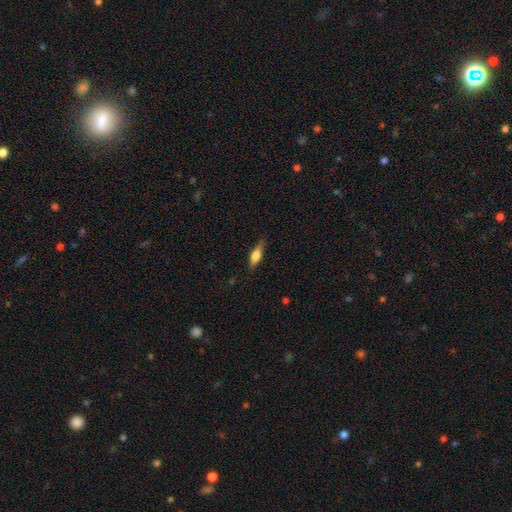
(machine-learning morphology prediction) smooth-or-featured: smooth: 61% | featured or disk: 32% | star or artifact: 7%
  how-rounded: in between: 52% | cigar-shaped: 44% | round: 4%
  merging: none: 76% | minor disturbance: 19% | major disturbance: 4% | merger: 1%